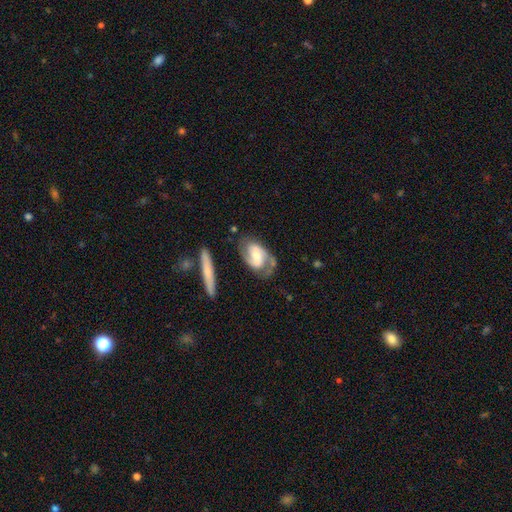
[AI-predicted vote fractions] smooth_or_featured: featured or disk (p=0.81) [alt: smooth p=0.14]
disk_edge_on: no (p=0.96) [alt: yes p=0.04]
bar: weak (p=0.43) [alt: no p=0.38]
has_spiral_arms: yes (p=0.95) [alt: no p=0.05]
spiral_winding: medium (p=0.51) [alt: tight p=0.33]
spiral_arm_count: 2 (p=0.86) [alt: can't tell p=0.06]
bulge_size: moderate (p=0.51) [alt: small p=0.37]
merging: none (p=0.64) [alt: minor disturbance p=0.20]